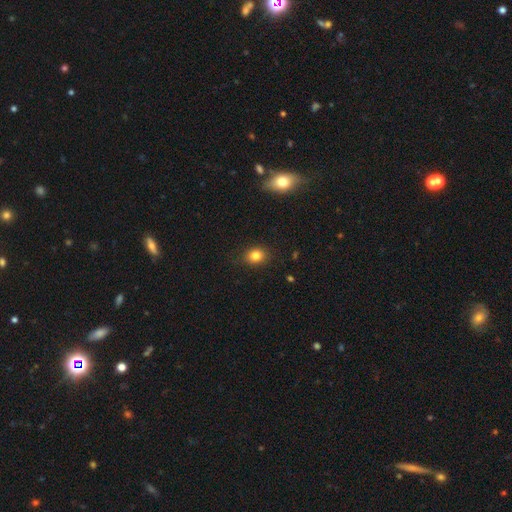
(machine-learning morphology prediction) Smooth or featured: smooth — 82% (star or artifact — 11%)
How rounded: round — 55% (in between — 44%)
Merging: none — 85% (minor disturbance — 11%)